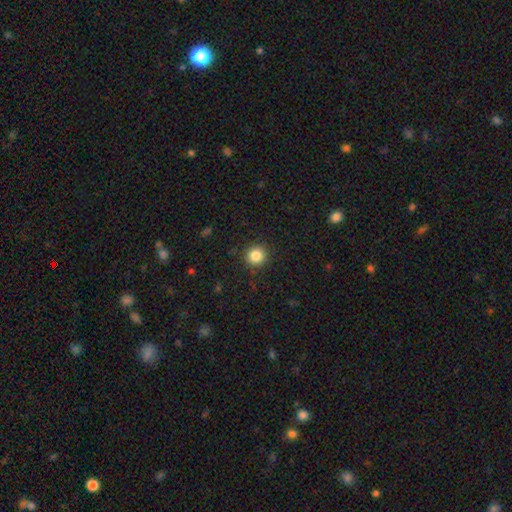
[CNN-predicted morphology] smooth-or-featured: smooth: 85% | star or artifact: 11% | featured or disk: 4%
  how-rounded: round: 94% | in between: 5% | cigar-shaped: 1%
  merging: none: 91% | minor disturbance: 5% | major disturbance: 2% | merger: 1%